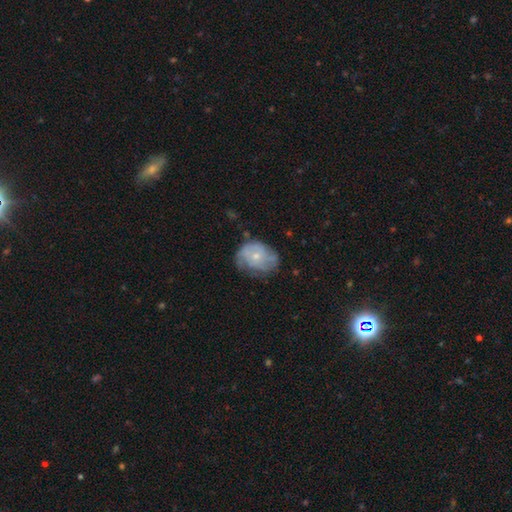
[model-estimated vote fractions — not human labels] featured or disk 57%, smooth 35%, star or artifact 8%. Down the decision tree: edge-on disk — no (97%); bar — no (84%); spiral arms — yes (65%); bulge size — small (65%); merging — none (54%).